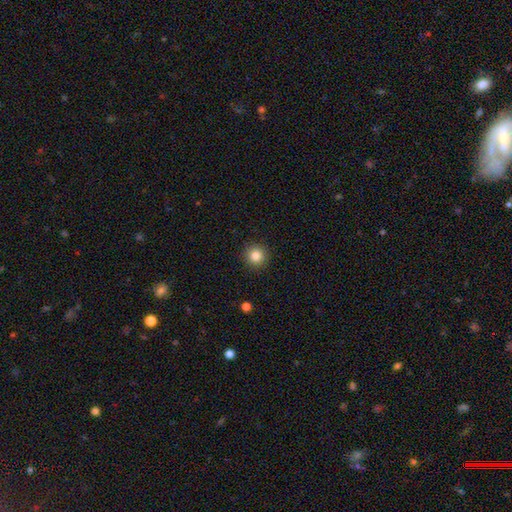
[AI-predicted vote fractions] Morphology: type=smooth (84%); roundness=round (95%); merging=none (92%).